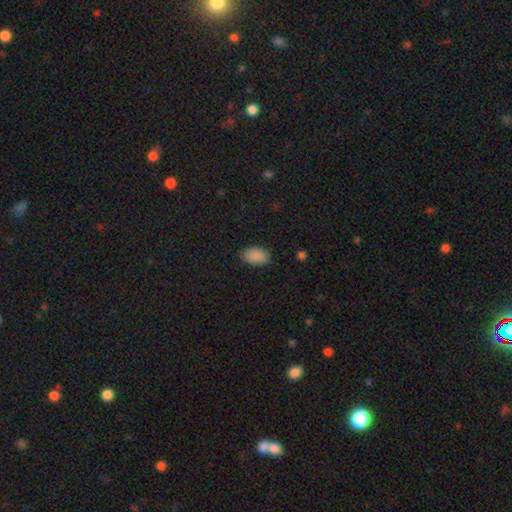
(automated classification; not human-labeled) This is clearly a smooth galaxy (89%). How rounded: clearly in between (92%). Merging: clearly none (85%).